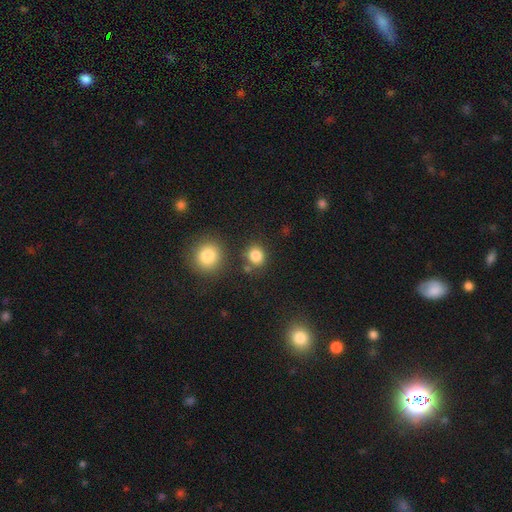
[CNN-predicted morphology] A smooth galaxy with no disk features (84%) that is round (74%). Merging: none (77%).